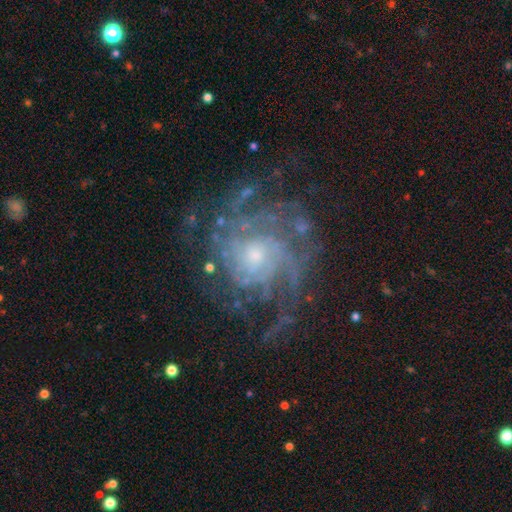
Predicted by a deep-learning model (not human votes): smooth_or_featured: featured or disk (p=0.87) [alt: star or artifact p=0.07]
disk_edge_on: no (p=0.98) [alt: yes p=0.02]
bar: no (p=0.77) [alt: weak p=0.20]
has_spiral_arms: yes (p=0.95) [alt: no p=0.05]
spiral_winding: tight (p=0.58) [alt: medium p=0.32]
spiral_arm_count: can't tell (p=0.30) [alt: 4 p=0.20]
bulge_size: small (p=0.57) [alt: moderate p=0.35]
merging: none (p=0.69) [alt: minor disturbance p=0.16]